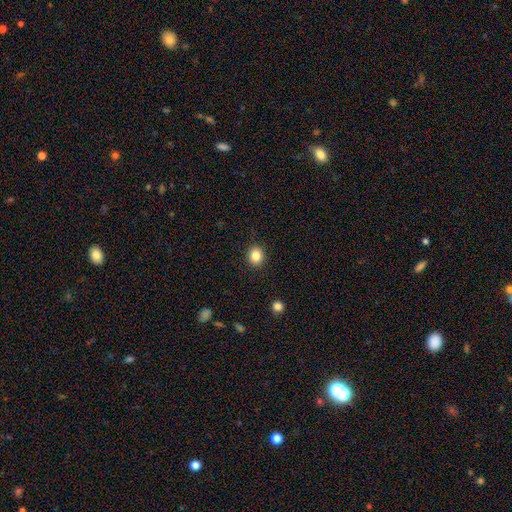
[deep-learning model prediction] A smooth galaxy with no disk features (84%) that is round (82%).

Vote fractions:
- Smooth or featured? smooth: 84% / star or artifact: 11% / featured or disk: 5%
- How rounded? round: 82% / in between: 17% / cigar-shaped: 1%
- Merging? none: 91% / minor disturbance: 6% / major disturbance: 2% / merger: 1%